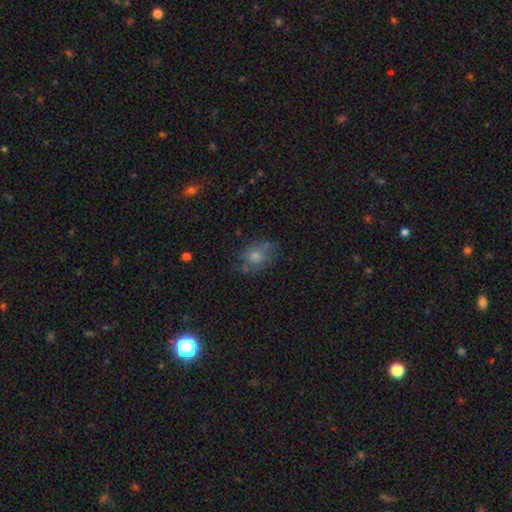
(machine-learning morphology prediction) Overall: smooth (49%; featured or disk 30%). Merging: none (64%).